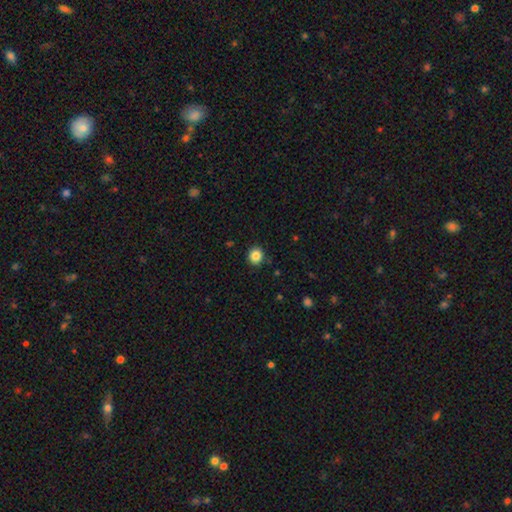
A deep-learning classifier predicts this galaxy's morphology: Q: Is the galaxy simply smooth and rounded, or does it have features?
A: smooth — 85%.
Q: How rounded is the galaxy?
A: round — 85%.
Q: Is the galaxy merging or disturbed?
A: none — 90%.